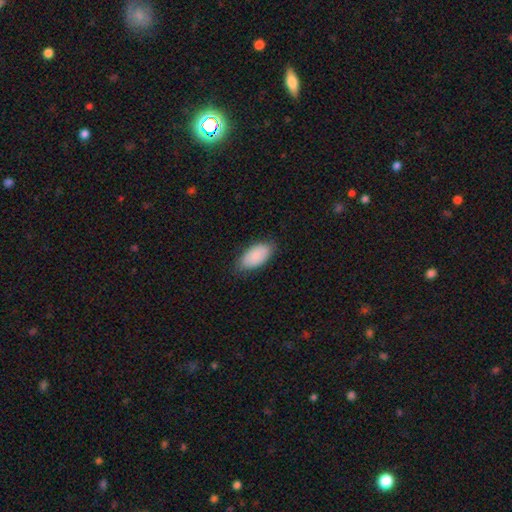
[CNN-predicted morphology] A smooth galaxy with no disk features (87%) that is in between round and cigar-shaped (94%).

Vote fractions:
- Smooth or featured? smooth: 87% / featured or disk: 7% / star or artifact: 6%
- How rounded? in between: 94% / cigar-shaped: 3% / round: 2%
- Merging? none: 79% / minor disturbance: 17% / major disturbance: 3% / merger: 1%